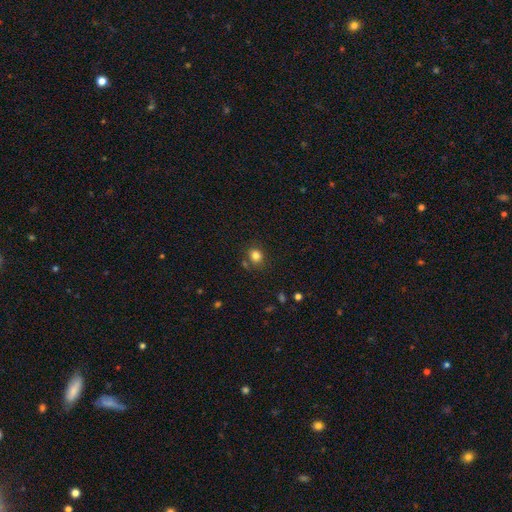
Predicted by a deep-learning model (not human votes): smooth 82%, star or artifact 12%, featured or disk 6%. Down the decision tree: how rounded — round (75%); merging — none (76%).